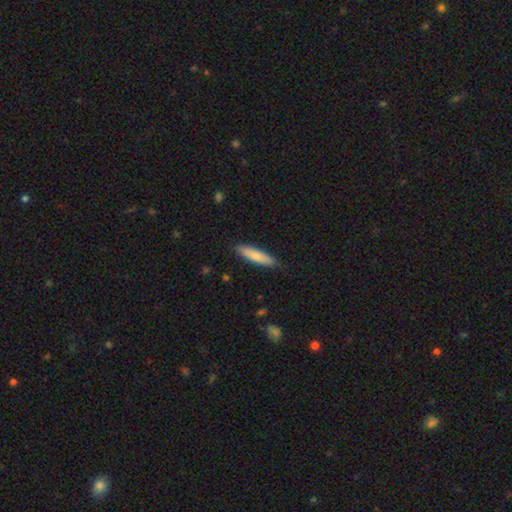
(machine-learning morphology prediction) Smooth or featured: smooth — 81% (featured or disk — 14%)
How rounded: cigar-shaped — 79% (in between — 19%)
Merging: none — 86% (minor disturbance — 11%)